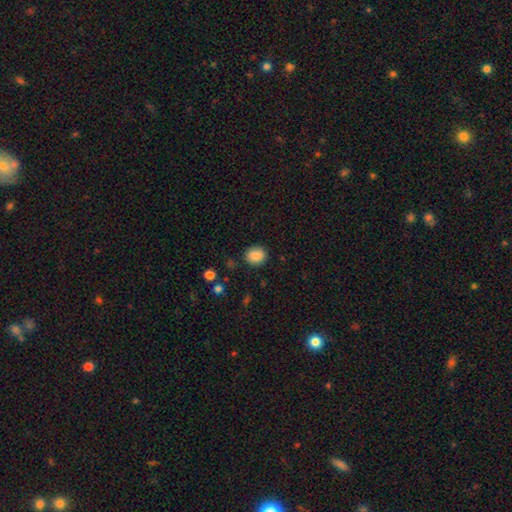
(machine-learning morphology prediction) This appears to be a smooth galaxy with no disk features (87%) that is round (78%). Merging: none (88%).